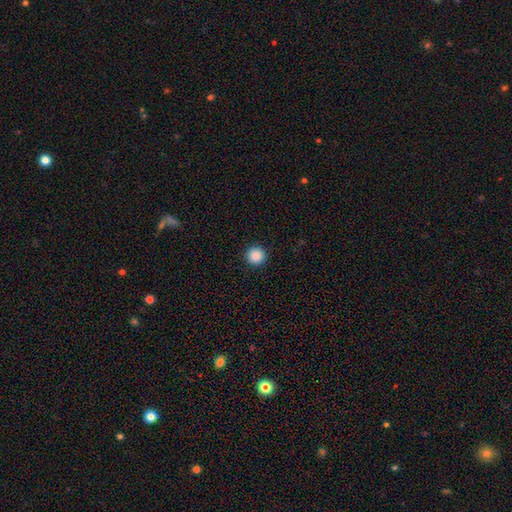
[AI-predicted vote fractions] This is clearly a smooth galaxy (88%). How rounded: clearly round (96%). Merging: clearly none (93%).